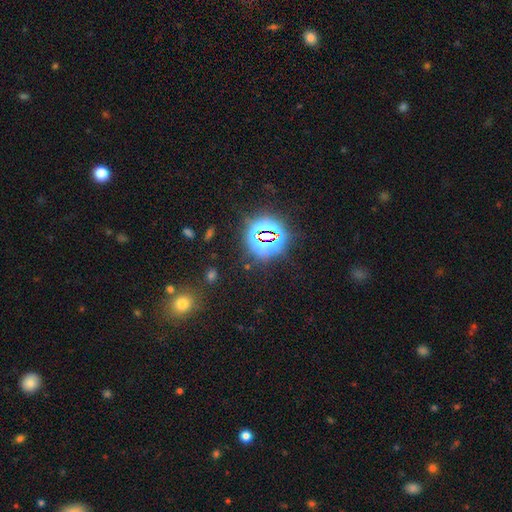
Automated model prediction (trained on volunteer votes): This is likely a star or artifact rather than a galaxy (76%).